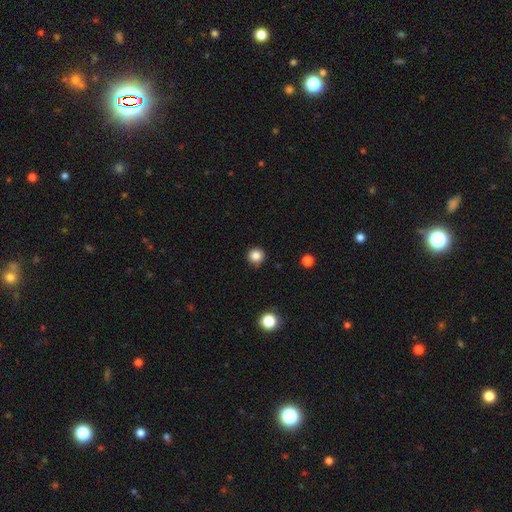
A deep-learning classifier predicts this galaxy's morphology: smooth 85%, star or artifact 12%, featured or disk 4%. Down the decision tree: how rounded — round (95%); merging — none (91%).